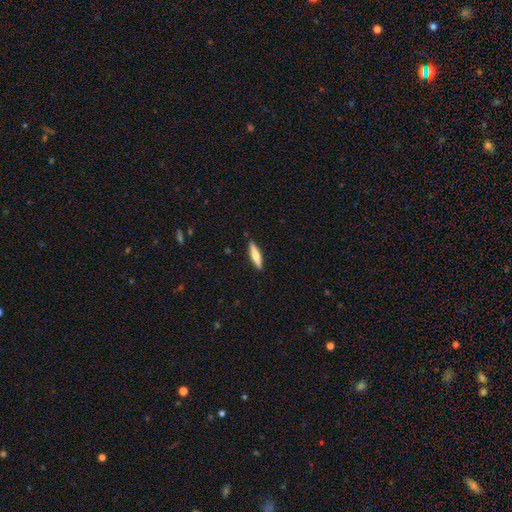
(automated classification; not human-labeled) This appears to be a smooth galaxy with no disk features (52%) that is cigar-shaped (80%). Merging: none (89%).